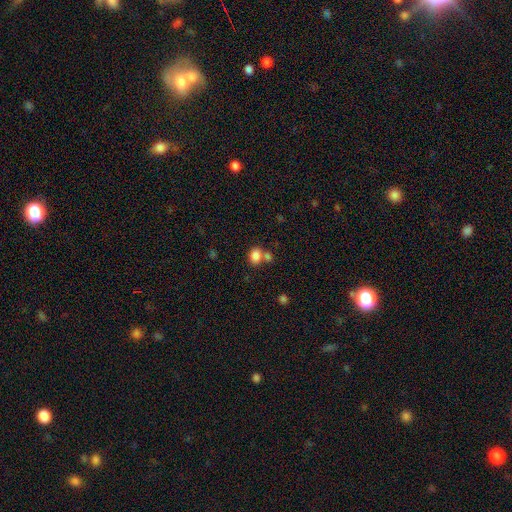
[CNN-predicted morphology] type=smooth (84%); roundness=in between (68%); merging=none (50%).